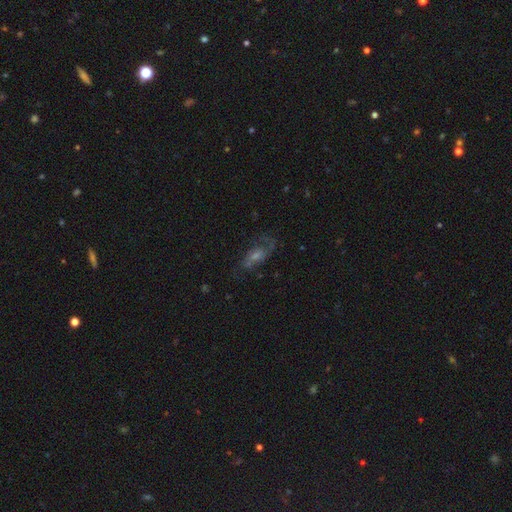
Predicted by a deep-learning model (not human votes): Smooth or featured?
  - featured or disk: 67% *
  - smooth: 17%
  - star or artifact: 16%
Edge-on disk?
  - no: 91% *
  - yes: 9%
Bar?
  - no: 51% *
  - weak: 38%
  - strong: 11%
Spiral arms?
  - yes: 89% *
  - no: 11%
Spiral winding?
  - medium: 45% *
  - loose: 38%
  - tight: 17%
Spiral arm count?
  - 2: 78% *
  - can't tell: 11%
  - 1: 6%
  - 3: 2%
  - 4: 1%
  - more than 4: 1%
Bulge size?
  - small: 39% * (tied)
  - moderate: 39% * (tied)
  - none: 12%
  - large: 9%
  - dominant: 2%
Merging?
  - none: 66% *
  - minor disturbance: 17%
  - major disturbance: 15%
  - merger: 2%